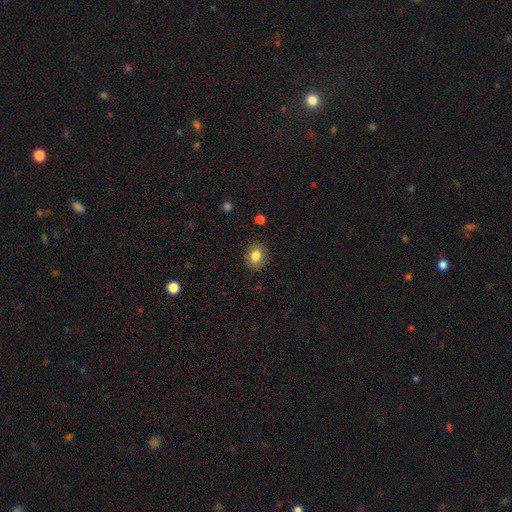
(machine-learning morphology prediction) smooth 83%, star or artifact 10%, featured or disk 7%. Down the decision tree: how rounded — round (59%); merging — none (88%).